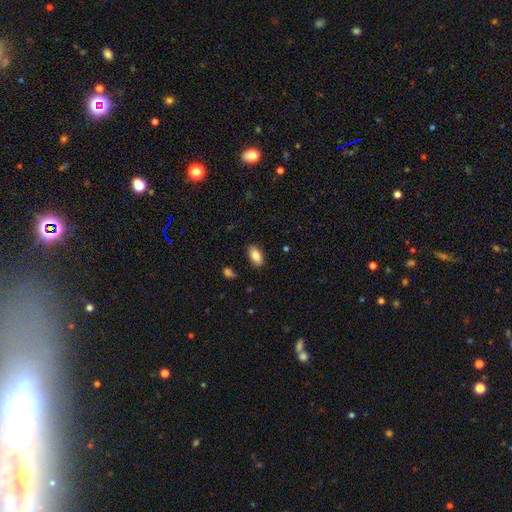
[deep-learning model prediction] A smooth galaxy with no disk features (83%) that is in between round and cigar-shaped (92%).

Vote fractions:
- Smooth or featured? smooth: 83% / featured or disk: 9% / star or artifact: 7%
- How rounded? in between: 92% / cigar-shaped: 4% / round: 3%
- Merging? none: 87% / minor disturbance: 10% / major disturbance: 2% / merger: 1%